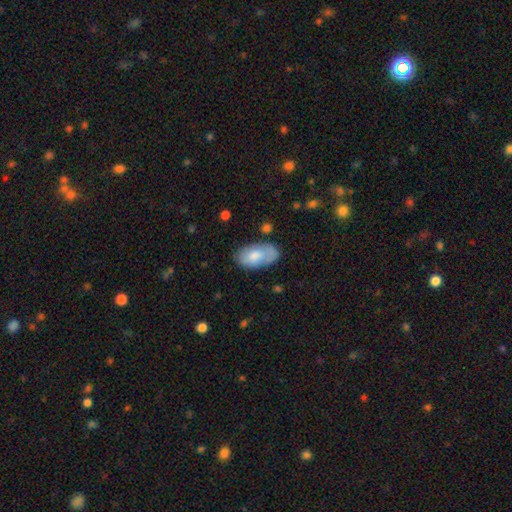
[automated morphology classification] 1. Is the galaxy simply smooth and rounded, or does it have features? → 72% smooth, 22% featured or disk, 6% star or artifact.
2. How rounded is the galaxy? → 95% in between, 4% round, 2% cigar-shaped.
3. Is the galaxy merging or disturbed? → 65% none, 24% minor disturbance, 7% major disturbance, 4% merger.